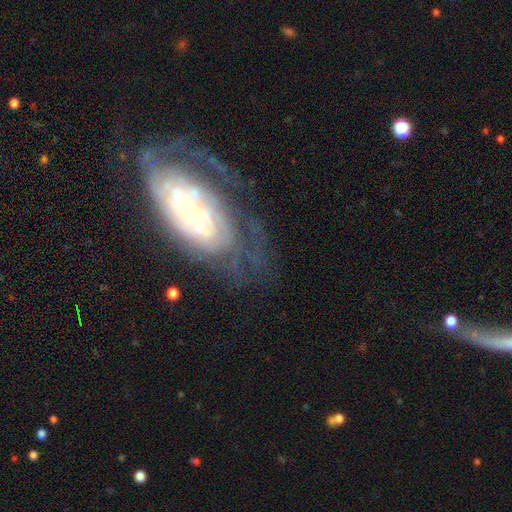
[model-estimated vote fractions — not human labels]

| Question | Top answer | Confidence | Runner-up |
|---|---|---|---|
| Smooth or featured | featured or disk | 76% | smooth (16%) |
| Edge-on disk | no | 92% | yes (8%) |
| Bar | no | 66% | weak (24%) |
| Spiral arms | yes | 86% | no (14%) |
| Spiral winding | tight | 68% | medium (23%) |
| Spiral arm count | can't tell | 56% | 2 (17%) |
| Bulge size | small | 57% | moderate (28%) |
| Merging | none | 63% | minor disturbance (18%) |